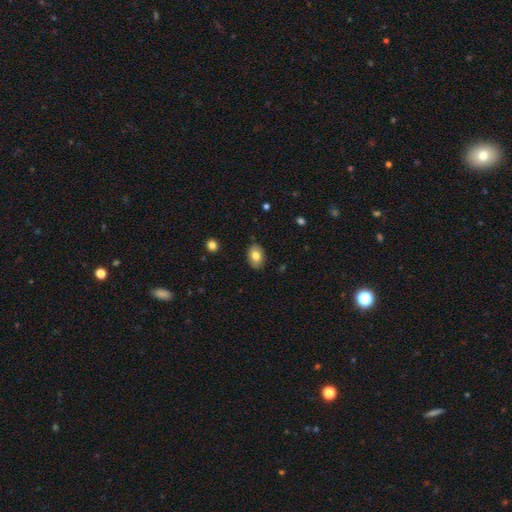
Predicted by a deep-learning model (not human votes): This is likely a smooth galaxy (78%). How rounded: clearly in between (83%). Merging: clearly none (86%).